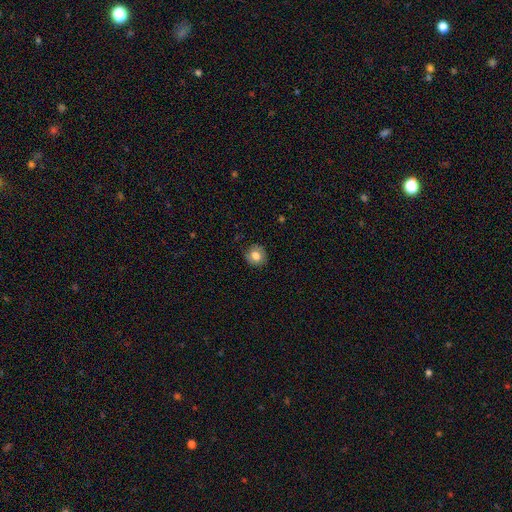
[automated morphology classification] smooth-or-featured: smooth: 73% | featured or disk: 18% | star or artifact: 9%
  how-rounded: round: 76% | in between: 23% | cigar-shaped: 1%
  merging: none: 80% | minor disturbance: 15% | major disturbance: 4% | merger: 1%